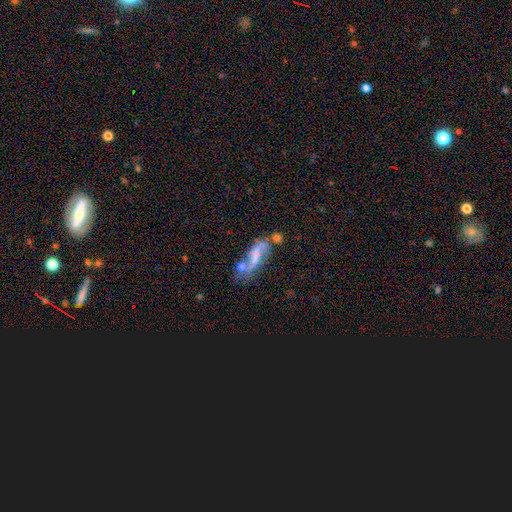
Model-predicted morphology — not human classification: type=featured or disk (59%); edge-on=no (86%); bar=no (42%); spiral arms=yes (68%); bulge=none (38%); merging=none (33%).